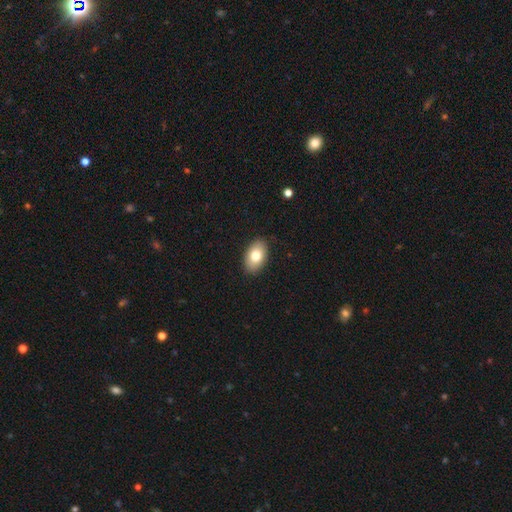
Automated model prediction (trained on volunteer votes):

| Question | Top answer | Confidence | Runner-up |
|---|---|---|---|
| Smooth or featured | smooth | 79% | featured or disk (14%) |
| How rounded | in between | 92% | round (7%) |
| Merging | none | 89% | minor disturbance (9%) |